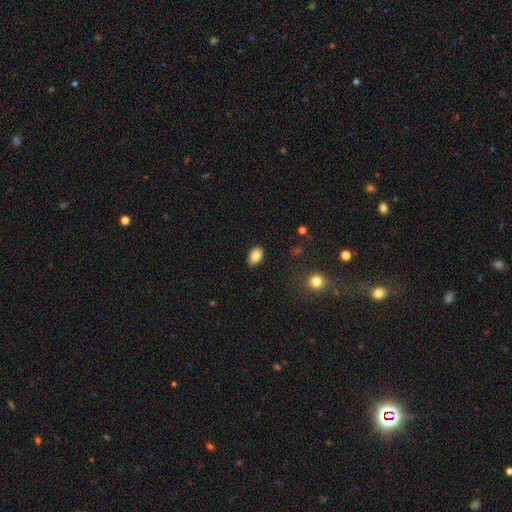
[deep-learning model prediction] Q: Smooth or featured?
A: smooth (86%); runner-up: star or artifact (8%)
Q: How rounded?
A: in between (87%); runner-up: round (11%)
Q: Merging?
A: none (87%); runner-up: minor disturbance (9%)